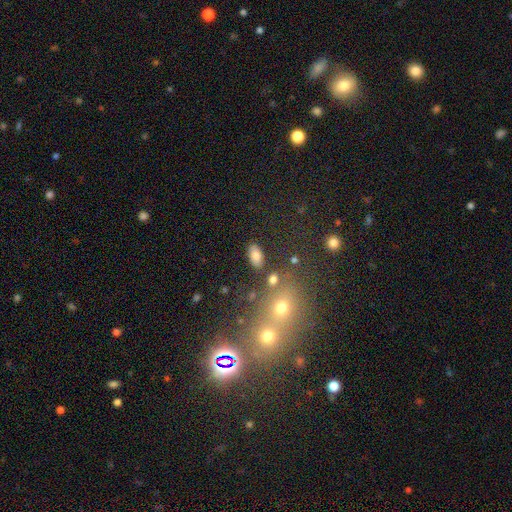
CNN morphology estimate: Smooth or featured?
  - smooth: 80% *
  - star or artifact: 11%
  - featured or disk: 9%
How rounded?
  - in between: 92% *
  - round: 6%
  - cigar-shaped: 3%
Merging?
  - none: 83% *
  - minor disturbance: 10%
  - merger: 4%
  - major disturbance: 3%